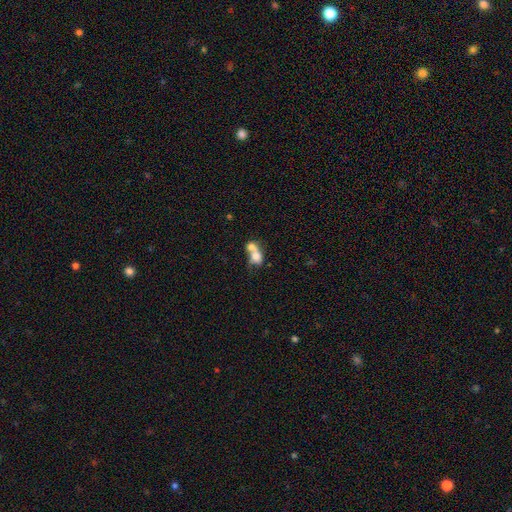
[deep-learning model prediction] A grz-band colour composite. It shows a smooth galaxy with no disk features (69%) that is in between round and cigar-shaped (54%). Merging: merger (77%).